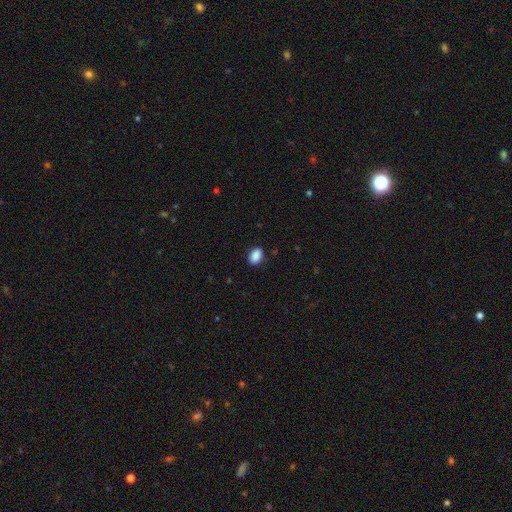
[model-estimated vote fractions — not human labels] Smooth or featured?
  - smooth: 89% *
  - star or artifact: 8%
  - featured or disk: 3%
How rounded?
  - in between: 83% *
  - round: 16%
  - cigar-shaped: 1%
Merging?
  - none: 88% *
  - minor disturbance: 9%
  - major disturbance: 2%
  - merger: 1%